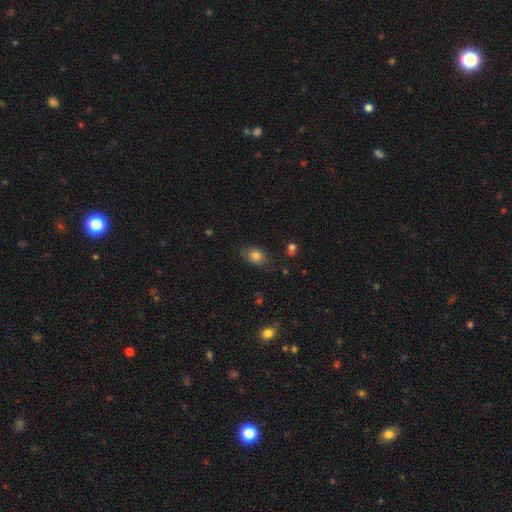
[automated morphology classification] Smooth or featured: smooth — 75% (featured or disk — 14%)
How rounded: in between — 78% (round — 20%)
Merging: none — 70% (minor disturbance — 22%)